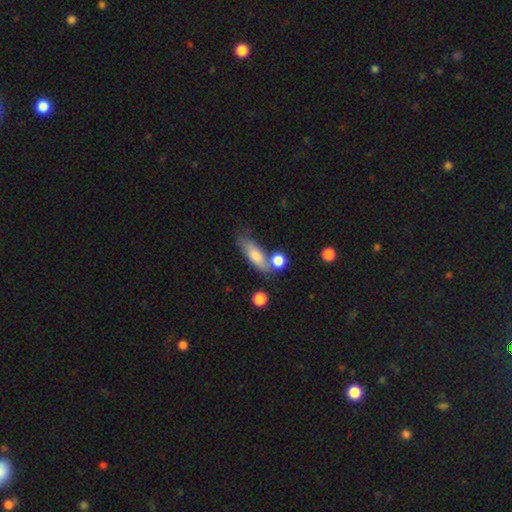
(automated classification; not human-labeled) smooth 75%, featured or disk 17%, star or artifact 8%. Down the decision tree: how rounded — in between (55%); merging — none (54%).